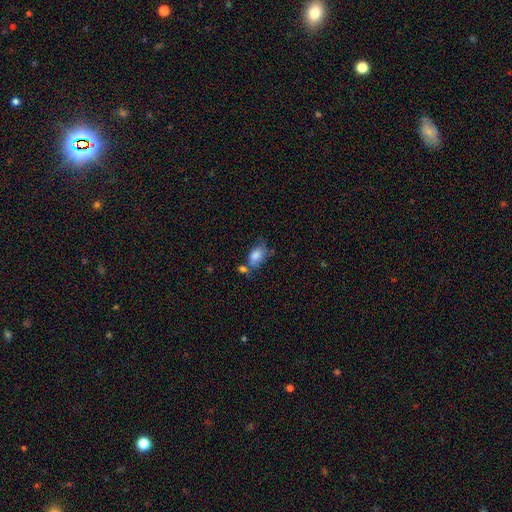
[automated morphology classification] type=smooth (80%); roundness=in between (87%); merging=none (40%).